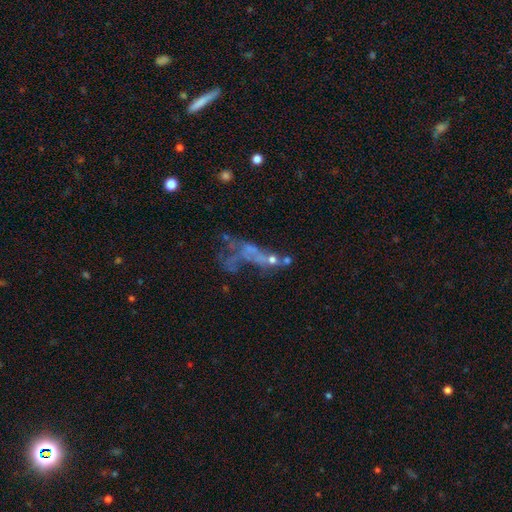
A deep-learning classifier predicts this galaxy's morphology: Smooth or featured: featured or disk — 55% (star or artifact — 26%)
Edge-on disk: no — 93% (yes — 7%)
Bar: no — 91% (weak — 6%)
Spiral arms: no — 92% (yes — 8%)
Bulge size: none — 78% (small — 13%)
Merging: major disturbance — 36% (none — 29%)